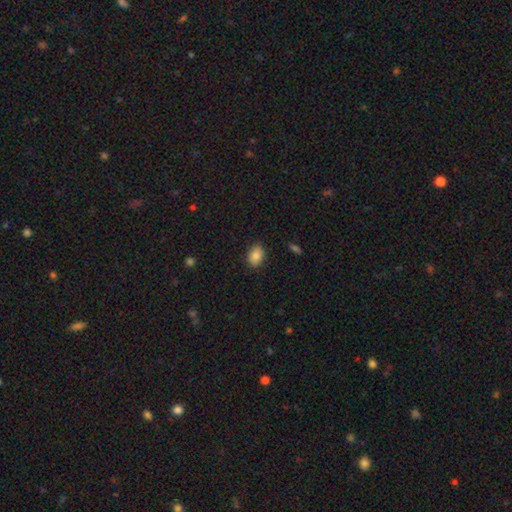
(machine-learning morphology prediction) A smooth galaxy with no disk features (84%) that is in between round and cigar-shaped (77%). Merging: none (86%).